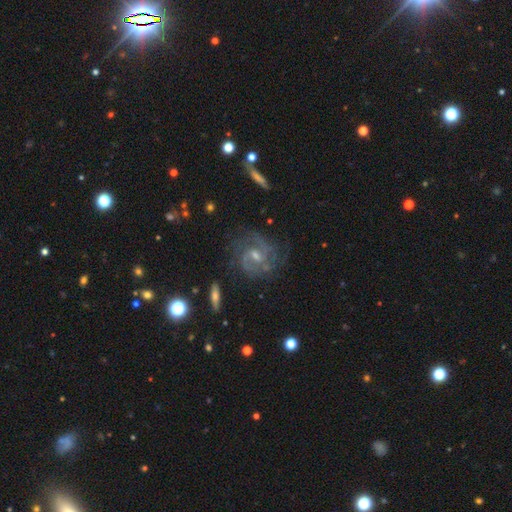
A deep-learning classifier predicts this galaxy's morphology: This is clearly a featured or disk galaxy (84%). It is clearly not viewed edge-on (96%). Bar: possibly weak (53%). Spiral arm pattern: clearly yes (96%). Spiral arm count: possibly 2 (50%). Spiral winding: possibly medium (45%). Central bulge: possibly small (47%). Merging: likely none (75%).